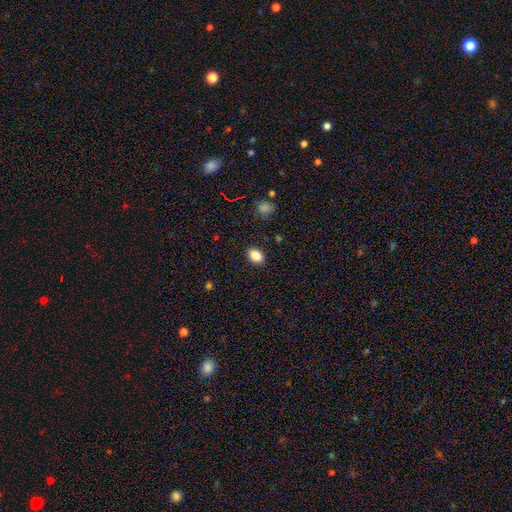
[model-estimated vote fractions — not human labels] smooth_or_featured: smooth (p=0.86) [alt: star or artifact p=0.09]
how_rounded: in between (p=0.75) [alt: round p=0.24]
merging: none (p=0.89) [alt: minor disturbance p=0.08]